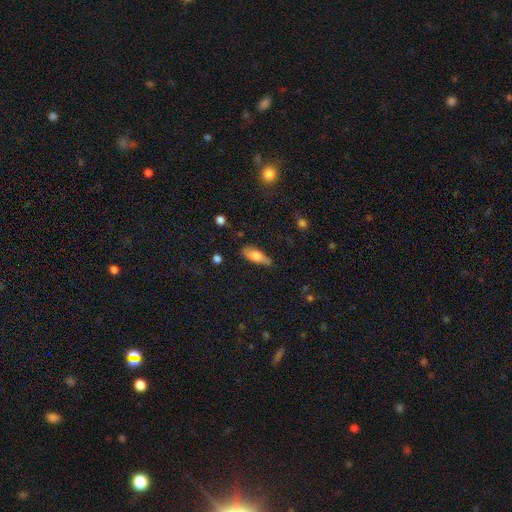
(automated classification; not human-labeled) Smooth or featured?
  - smooth: 71% *
  - featured or disk: 22%
  - star or artifact: 7%
How rounded?
  - in between: 71% *
  - cigar-shaped: 26%
  - round: 2%
Merging?
  - none: 66% *
  - minor disturbance: 25%
  - major disturbance: 6%
  - merger: 2%